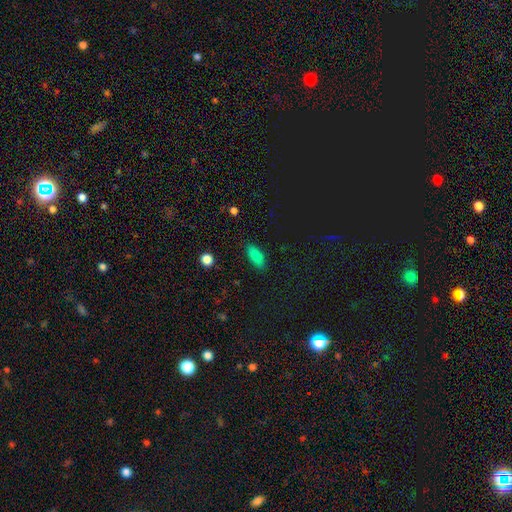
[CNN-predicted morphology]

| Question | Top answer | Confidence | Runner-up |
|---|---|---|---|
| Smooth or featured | smooth | 83% | star or artifact (11%) |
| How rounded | in between | 82% | cigar-shaped (15%) |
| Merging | none | 85% | minor disturbance (11%) |